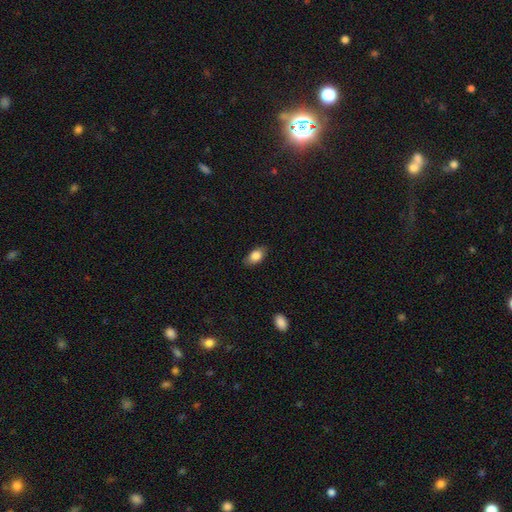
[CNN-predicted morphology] type=smooth (84%); roundness=in between (89%); merging=none (84%).